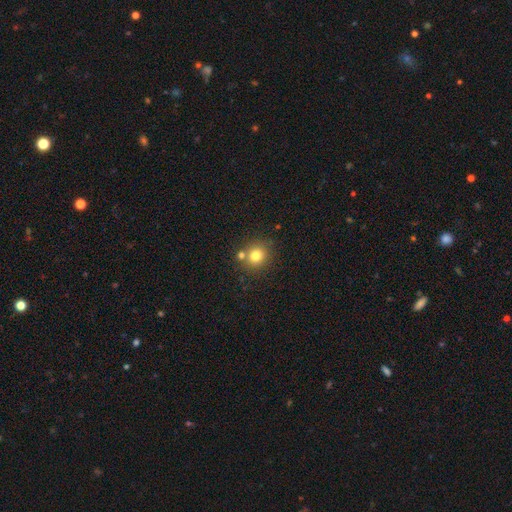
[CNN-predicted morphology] Overall: smooth (79%). How rounded: round (86%). Merging: none (69%).